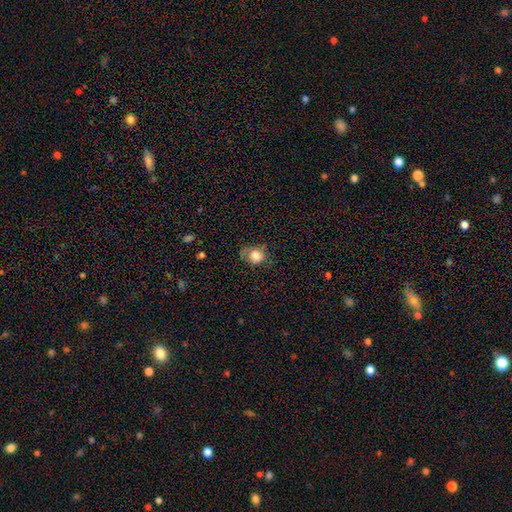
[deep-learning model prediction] smooth-or-featured: smooth: 79% | featured or disk: 11% | star or artifact: 10%
  how-rounded: round: 68% | in between: 31% | cigar-shaped: 1%
  merging: none: 62% | minor disturbance: 26% | major disturbance: 10% | merger: 2%